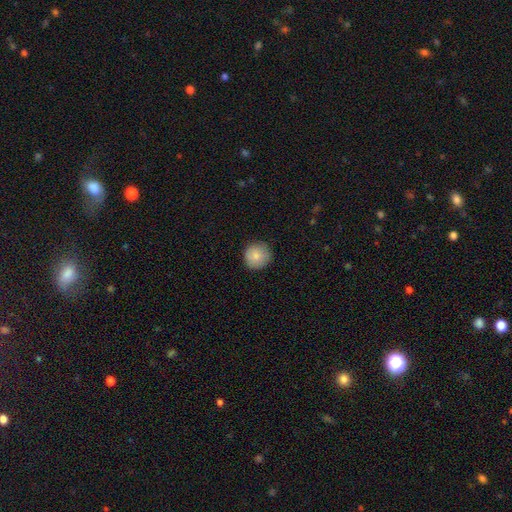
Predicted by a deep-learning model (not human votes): Smooth or featured?
  - smooth: 84% *
  - featured or disk: 9%
  - star or artifact: 8%
How rounded?
  - round: 94% *
  - in between: 5%
  - cigar-shaped: 1%
Merging?
  - none: 86% *
  - minor disturbance: 11%
  - major disturbance: 2%
  - merger: 1%